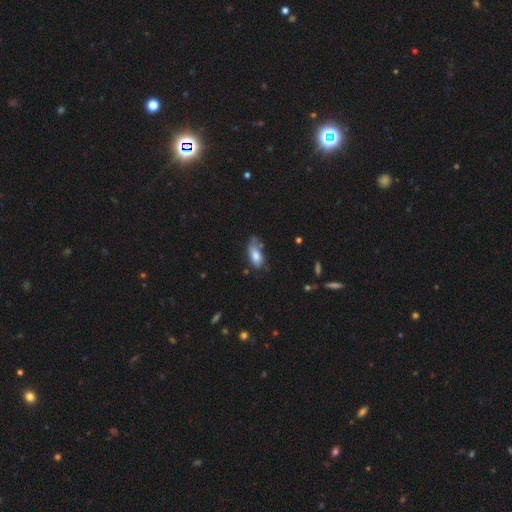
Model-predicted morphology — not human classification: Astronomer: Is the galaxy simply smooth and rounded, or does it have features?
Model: smooth — 74%.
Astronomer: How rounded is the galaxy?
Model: in between — 85%.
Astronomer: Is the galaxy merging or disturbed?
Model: none — 45% (runner-up: minor disturbance, 35%).